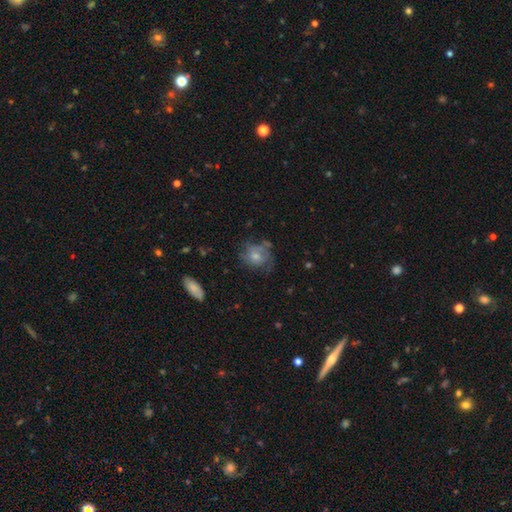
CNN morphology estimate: Smooth or featured: smooth — 56% (featured or disk — 35%)
How rounded: round — 65% (in between — 34%)
Merging: none — 51% (minor disturbance — 26%)